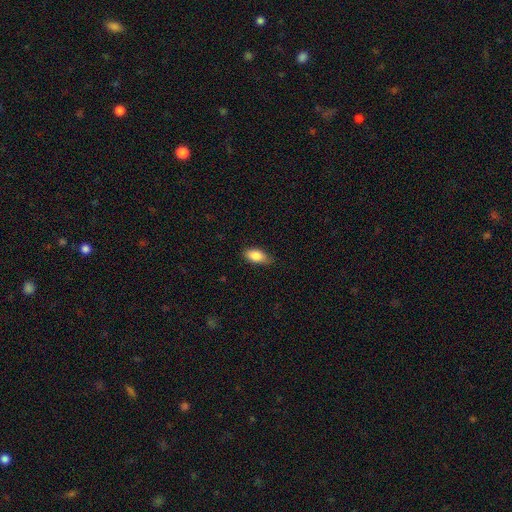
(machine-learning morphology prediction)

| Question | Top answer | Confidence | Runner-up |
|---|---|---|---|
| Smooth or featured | smooth | 86% | featured or disk (7%) |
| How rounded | in between | 89% | cigar-shaped (7%) |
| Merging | none | 78% | minor disturbance (18%) |